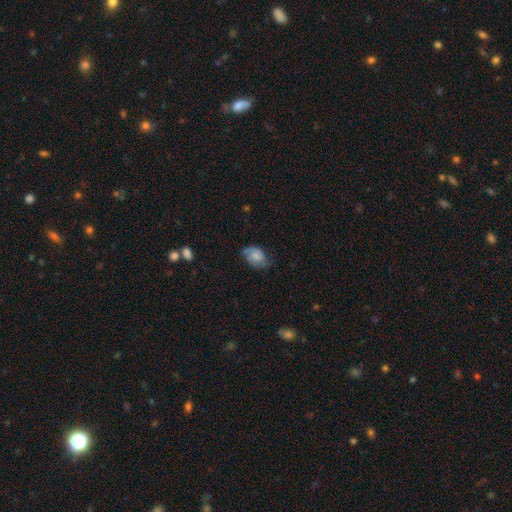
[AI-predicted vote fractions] smooth-or-featured: smooth: 62% | featured or disk: 30% | star or artifact: 8%
  how-rounded: in between: 79% | round: 20% | cigar-shaped: 1%
  merging: none: 58% | minor disturbance: 30% | major disturbance: 10% | merger: 2%